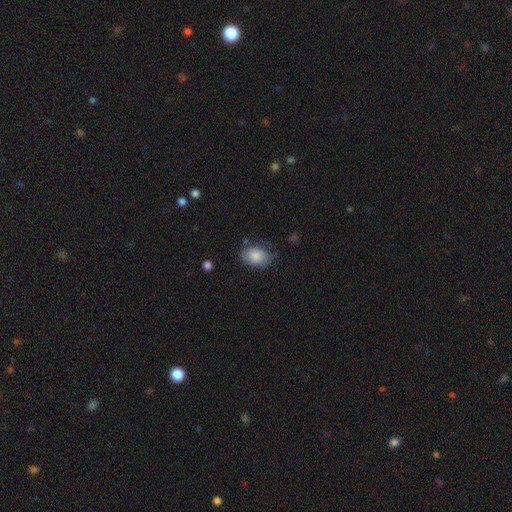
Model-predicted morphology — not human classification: Smooth or featured? Predicted: smooth (p=0.82). How rounded? Predicted: in between (p=0.83). Merging? Predicted: none (p=0.61).